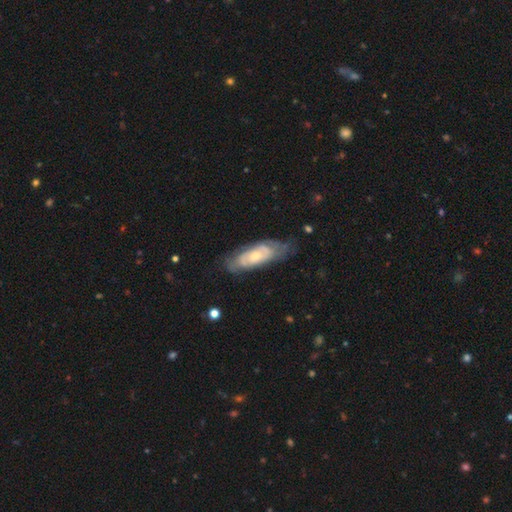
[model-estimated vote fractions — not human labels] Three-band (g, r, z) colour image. It shows a featured or disk galaxy (67%) with no bar (76%), spiral arms (75%) and a small central bulge (57%). Merging: none (65%).